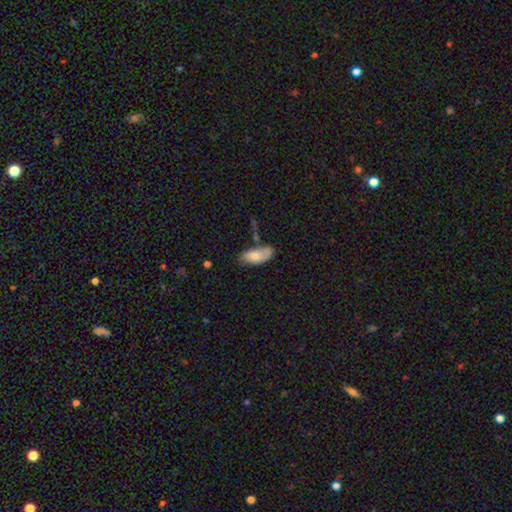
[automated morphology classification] A smooth galaxy with no disk features (75%) that is in between round and cigar-shaped (88%).

Vote fractions:
- Smooth or featured? smooth: 75% / featured or disk: 19% / star or artifact: 6%
- How rounded? in between: 88% / cigar-shaped: 10% / round: 2%
- Merging? none: 51% / minor disturbance: 28% / merger: 12% / major disturbance: 10%